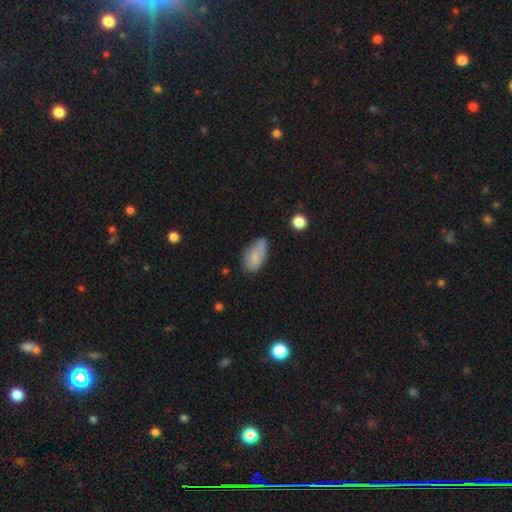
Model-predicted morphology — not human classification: Q: Smooth or featured?
A: smooth (72%); runner-up: featured or disk (20%)
Q: How rounded?
A: in between (91%); runner-up: cigar-shaped (5%)
Q: Merging?
A: none (51%); runner-up: minor disturbance (34%)